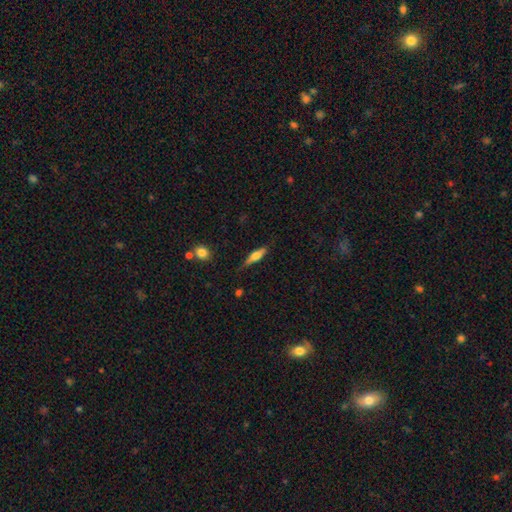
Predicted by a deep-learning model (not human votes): This is possibly a featured or disk galaxy (48%). Merging: likely none (75%).